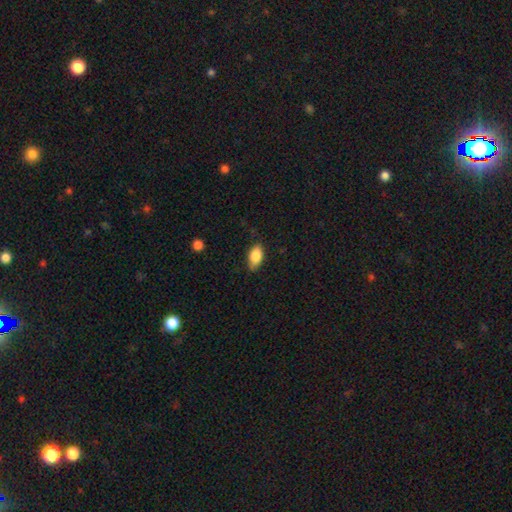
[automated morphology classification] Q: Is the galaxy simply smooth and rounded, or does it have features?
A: smooth — 86%.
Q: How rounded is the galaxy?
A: in between — 92%.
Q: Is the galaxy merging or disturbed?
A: none — 76%.